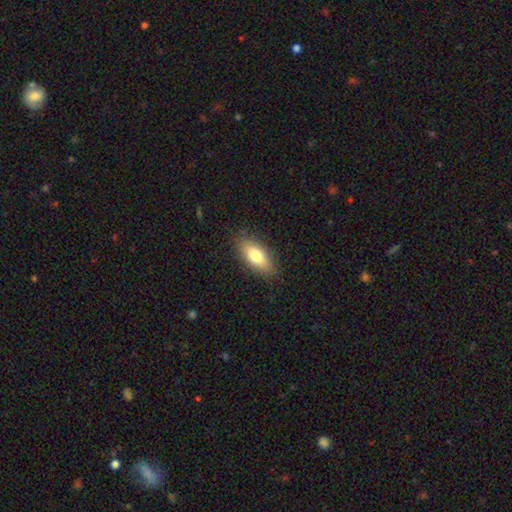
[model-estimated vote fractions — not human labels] A smooth galaxy with no disk features (77%) that is in between round and cigar-shaped (81%).

Vote fractions:
- Smooth or featured? smooth: 77% / featured or disk: 17% / star or artifact: 7%
- How rounded? in between: 81% / cigar-shaped: 16% / round: 3%
- Merging? none: 86% / minor disturbance: 11% / major disturbance: 2% / merger: 1%